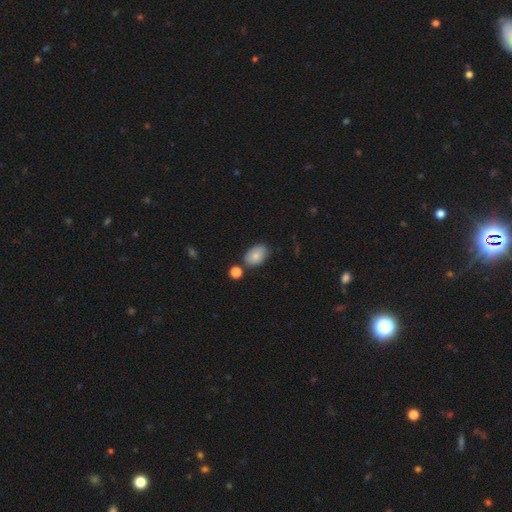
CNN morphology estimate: Smooth or featured: smooth — 83% (featured or disk — 10%)
How rounded: in between — 90% (round — 9%)
Merging: none — 72% (minor disturbance — 16%)